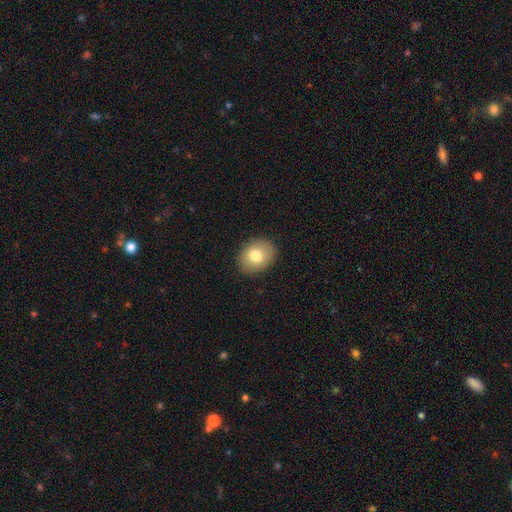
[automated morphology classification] This appears to be a smooth galaxy with no disk features (79%) that is in between round and cigar-shaped (59%). Merging: none (88%).